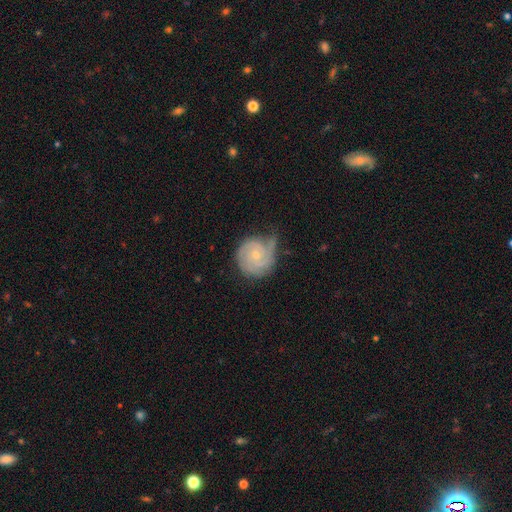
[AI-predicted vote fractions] This is likely a featured or disk galaxy (78%). It is clearly not viewed edge-on (98%). Bar: likely no (74%). Spiral arm pattern: clearly yes (95%). Spiral arm count: marginally 2 (33%). Spiral winding: likely tight (66%). Central bulge: likely small (67%). Merging: possibly none (56%).